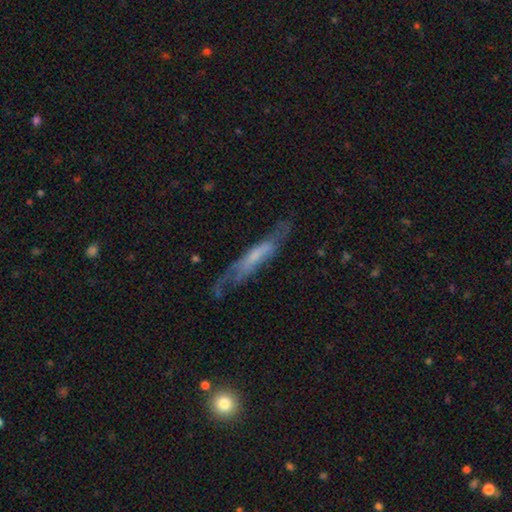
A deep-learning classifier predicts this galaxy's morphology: smooth_or_featured: featured or disk (p=0.62) [alt: smooth p=0.31]
disk_edge_on: yes (p=0.59) [alt: no p=0.41]
merging: none (p=0.60) [alt: minor disturbance p=0.24]